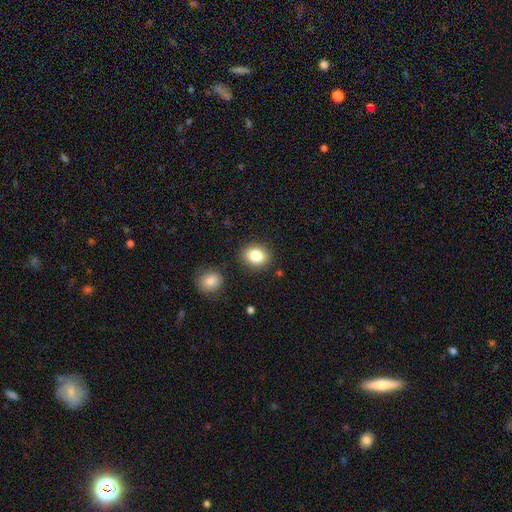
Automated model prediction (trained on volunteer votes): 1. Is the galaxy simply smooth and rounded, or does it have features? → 83% smooth, 9% star or artifact, 7% featured or disk.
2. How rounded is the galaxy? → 51% round, 48% in between, 1% cigar-shaped.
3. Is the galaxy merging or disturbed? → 85% none, 9% minor disturbance, 3% merger, 3% major disturbance.